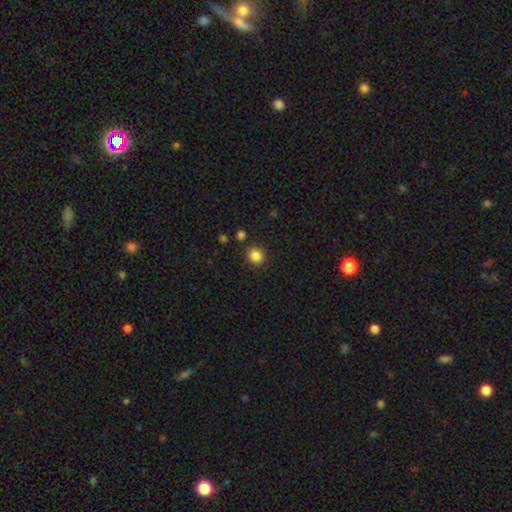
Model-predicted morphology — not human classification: smooth_or_featured: smooth (p=0.85) [alt: star or artifact p=0.11]
how_rounded: round (p=0.82) [alt: in between p=0.17]
merging: none (p=0.85) [alt: minor disturbance p=0.09]